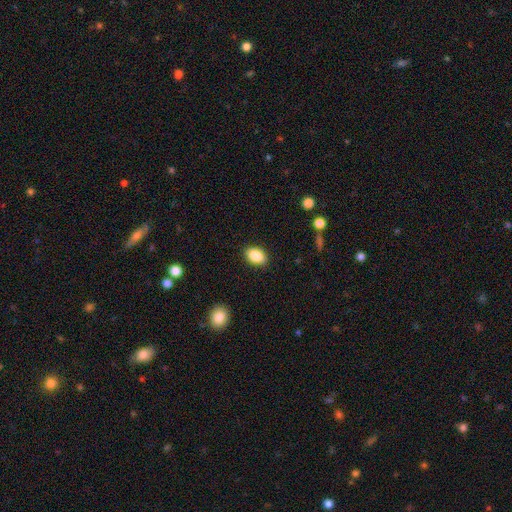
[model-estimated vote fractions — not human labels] Q: Smooth or featured?
A: smooth (88%); runner-up: star or artifact (8%)
Q: How rounded?
A: in between (85%); runner-up: round (13%)
Q: Merging?
A: none (89%); runner-up: minor disturbance (8%)